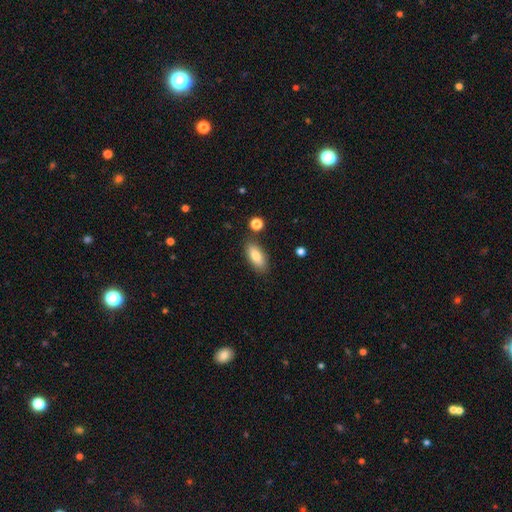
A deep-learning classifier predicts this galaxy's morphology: Smooth or featured: smooth — 81% (featured or disk — 12%)
How rounded: in between — 83% (cigar-shaped — 14%)
Merging: none — 82% (minor disturbance — 11%)